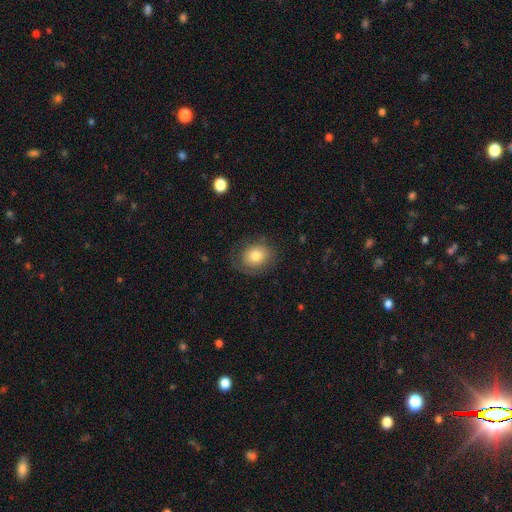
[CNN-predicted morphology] Smooth or featured: smooth — 74% (featured or disk — 17%)
How rounded: round — 62% (in between — 37%)
Merging: none — 74% (minor disturbance — 17%)